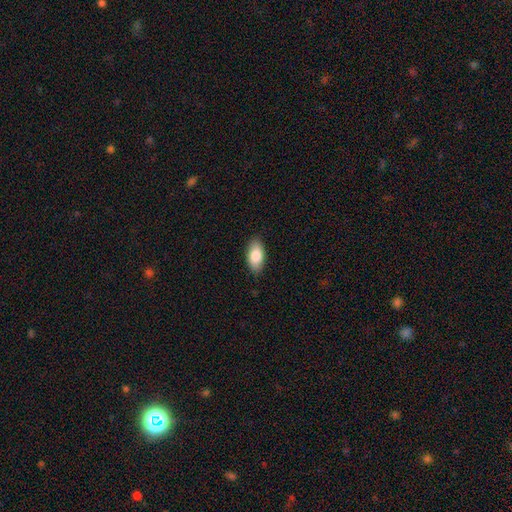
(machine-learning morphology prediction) A smooth galaxy with no disk features (83%) that is in between round and cigar-shaped (91%).

Vote fractions:
- Smooth or featured? smooth: 83% / featured or disk: 10% / star or artifact: 6%
- How rounded? in between: 91% / cigar-shaped: 6% / round: 3%
- Merging? none: 87% / minor disturbance: 10% / major disturbance: 2% / merger: 1%